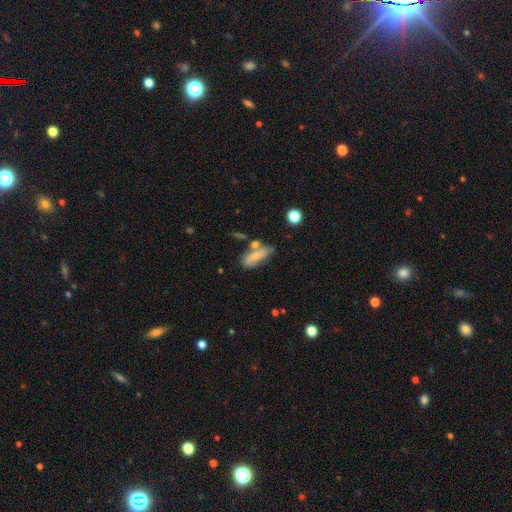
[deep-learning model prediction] This is possibly a smooth galaxy (57%). How rounded: likely in between (74%). Merging: possibly none (45%).